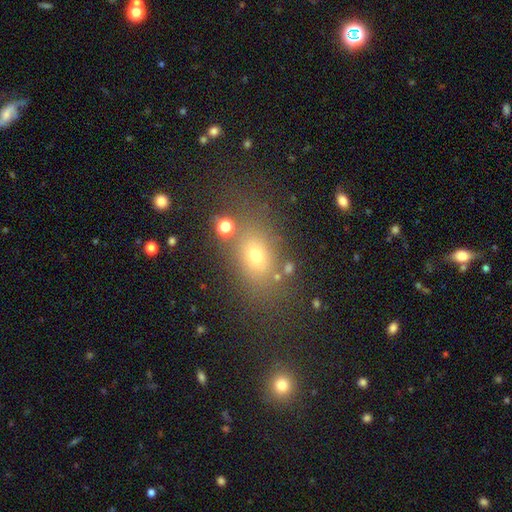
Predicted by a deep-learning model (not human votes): A smooth galaxy with no disk features (69%) that is in between round and cigar-shaped (72%).

Vote fractions:
- Smooth or featured? smooth: 69% / star or artifact: 18% / featured or disk: 14%
- How rounded? in between: 72% / round: 24% / cigar-shaped: 4%
- Merging? none: 72% / minor disturbance: 14% / major disturbance: 8% / merger: 6%